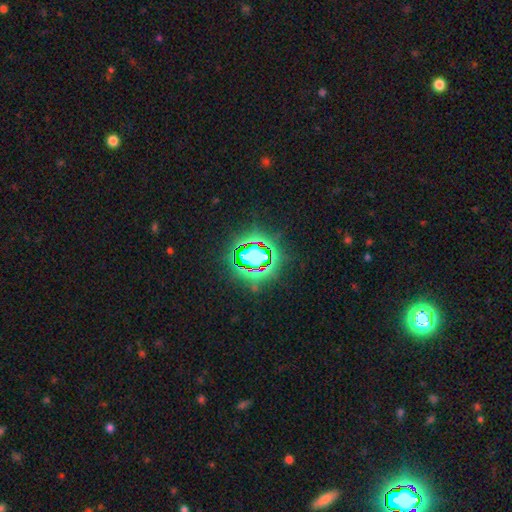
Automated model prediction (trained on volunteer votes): smooth-or-featured: star or artifact: 82% | smooth: 11% | featured or disk: 7%